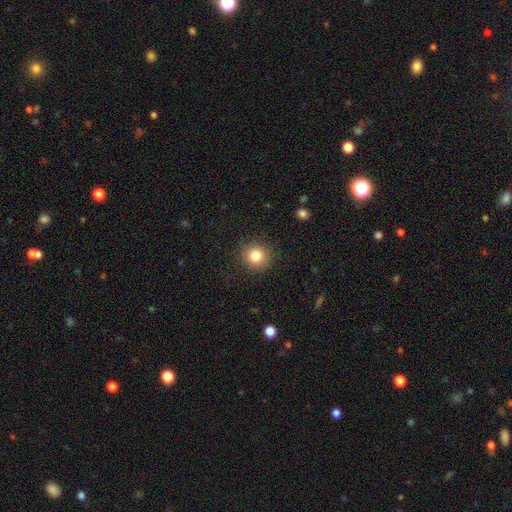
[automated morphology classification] smooth-or-featured: smooth: 83% | star or artifact: 11% | featured or disk: 6%
  how-rounded: round: 91% | in between: 8% | cigar-shaped: 1%
  merging: none: 89% | minor disturbance: 7% | major disturbance: 3% | merger: 1%